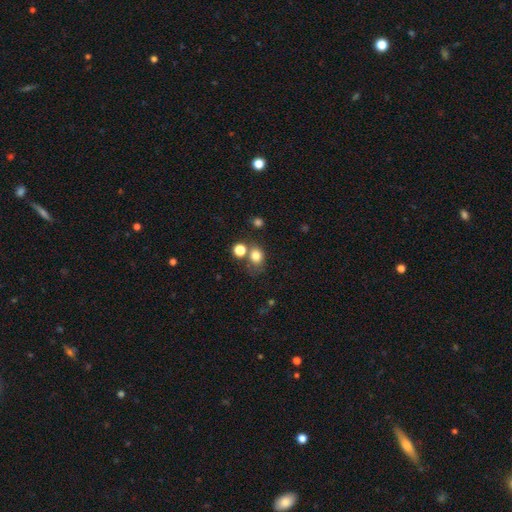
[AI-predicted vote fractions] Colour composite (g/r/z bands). It shows a smooth galaxy with no disk features (79%) that is round (61%). Merging: none (58%).